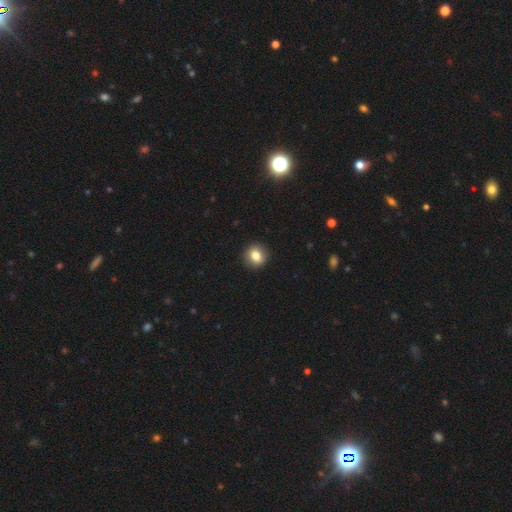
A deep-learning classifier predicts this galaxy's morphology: A smooth galaxy with no disk features (80%) that is round (81%).

Vote fractions:
- Smooth or featured? smooth: 80% / featured or disk: 11% / star or artifact: 10%
- How rounded? round: 81% / in between: 18% / cigar-shaped: 1%
- Merging? none: 91% / minor disturbance: 6% / major disturbance: 2% / merger: 1%